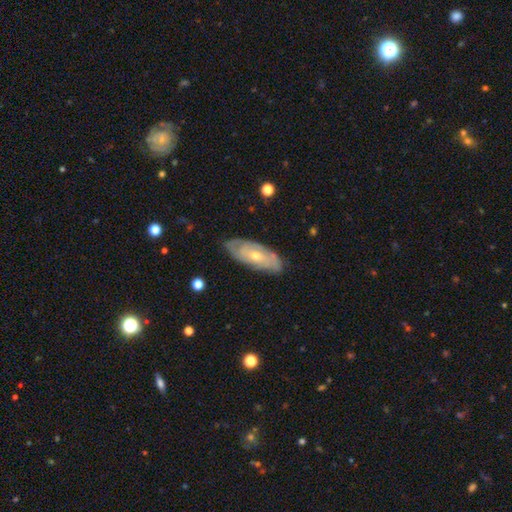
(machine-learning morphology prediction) The model was most divided on "bulge size": small: 54%, moderate: 43%, large: 1%, none: 1%, dominant: 1%. More confident: edge-on disk — no (85%); merging — none (79%); spiral arms — yes (78%); bar — no (75%); smooth or featured — featured or disk (70%).